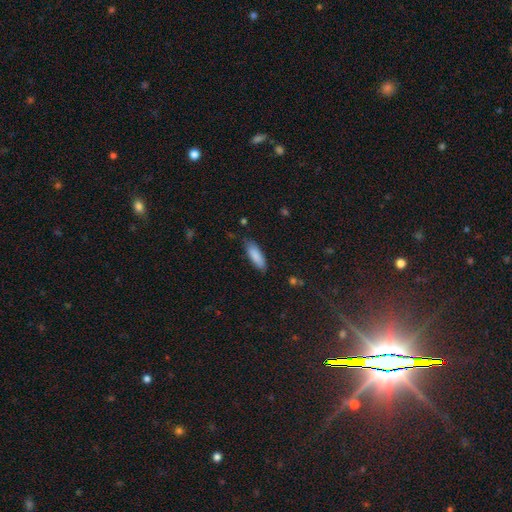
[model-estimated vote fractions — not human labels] This is clearly a smooth galaxy (87%). How rounded: possibly in between (56%). Merging: likely none (78%).